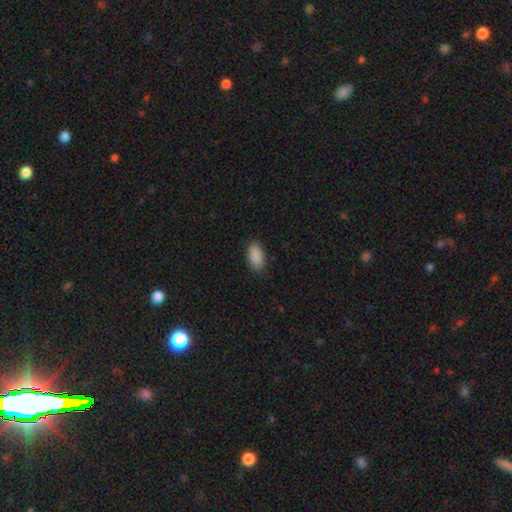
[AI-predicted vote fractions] This appears to be a smooth galaxy with no disk features (90%) that is in between round and cigar-shaped (93%). Merging: none (87%).